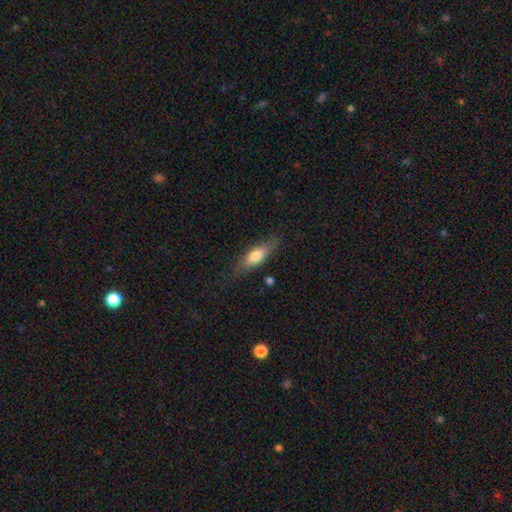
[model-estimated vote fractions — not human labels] Overall: smooth (69%). How rounded: in between (60%; cigar-shaped 37%). Merging: none (74%).